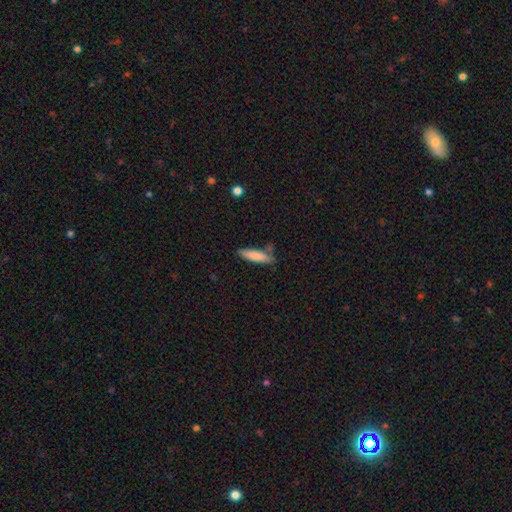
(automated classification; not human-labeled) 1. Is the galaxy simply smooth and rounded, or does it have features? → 81% smooth, 13% featured or disk, 6% star or artifact.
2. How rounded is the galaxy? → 72% cigar-shaped, 26% in between, 1% round.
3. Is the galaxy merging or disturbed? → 74% none, 17% minor disturbance, 6% merger, 3% major disturbance.